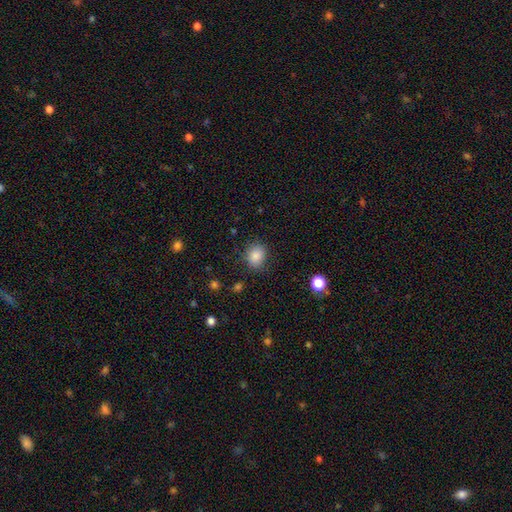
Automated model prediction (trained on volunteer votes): smooth_or_featured: smooth (p=0.86) [alt: star or artifact p=0.10]
how_rounded: round (p=0.58) [alt: in between p=0.41]
merging: none (p=0.81) [alt: minor disturbance p=0.13]